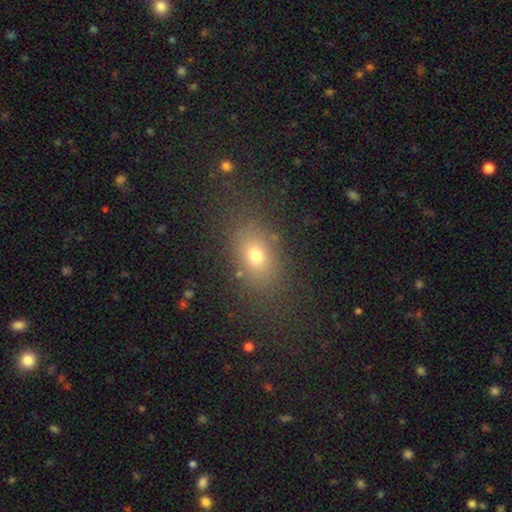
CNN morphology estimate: Q: Smooth or featured?
A: smooth (71%); runner-up: star or artifact (16%)
Q: How rounded?
A: in between (74%); runner-up: round (22%)
Q: Merging?
A: none (80%); runner-up: minor disturbance (11%)